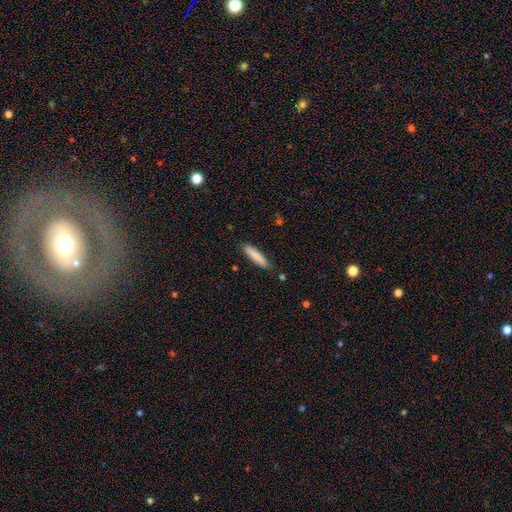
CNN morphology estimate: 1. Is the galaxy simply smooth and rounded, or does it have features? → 84% smooth, 10% featured or disk, 6% star or artifact.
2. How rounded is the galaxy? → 86% cigar-shaped, 13% in between, 1% round.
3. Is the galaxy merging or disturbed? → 85% none, 11% minor disturbance, 2% major disturbance, 2% merger.